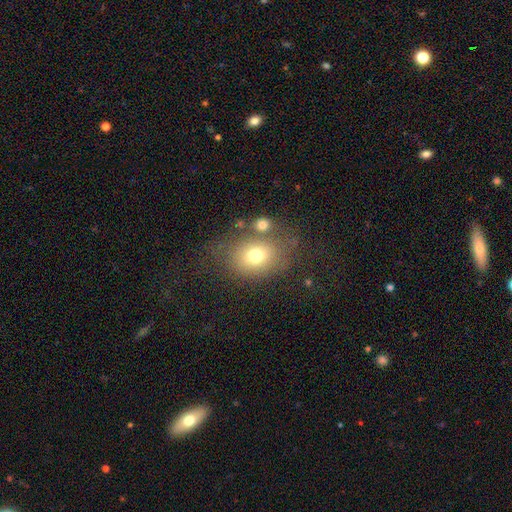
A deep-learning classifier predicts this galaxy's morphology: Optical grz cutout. It shows a smooth galaxy with no disk features (72%) that is in between round and cigar-shaped (57%). Merging: none (58%).